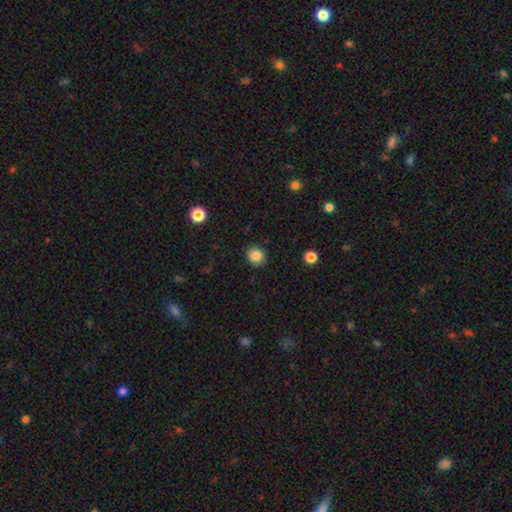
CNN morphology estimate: Smooth or featured?
  - smooth: 86% *
  - star or artifact: 10%
  - featured or disk: 4%
How rounded?
  - round: 83% *
  - in between: 16%
  - cigar-shaped: 1%
Merging?
  - none: 90% *
  - minor disturbance: 7%
  - major disturbance: 2%
  - merger: 1%